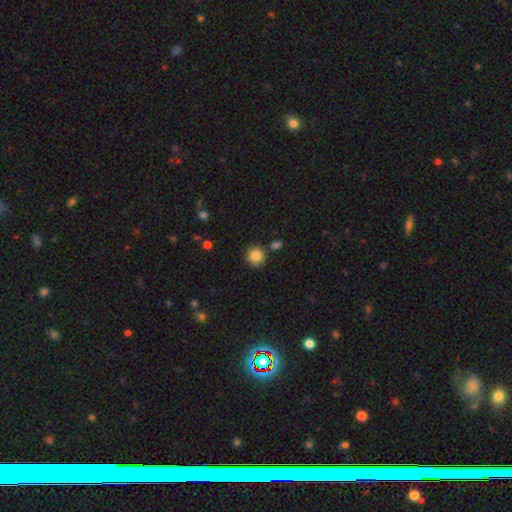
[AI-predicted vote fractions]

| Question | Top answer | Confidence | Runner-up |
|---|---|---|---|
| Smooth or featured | smooth | 85% | star or artifact (9%) |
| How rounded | round | 93% | in between (6%) |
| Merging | none | 85% | minor disturbance (7%) |